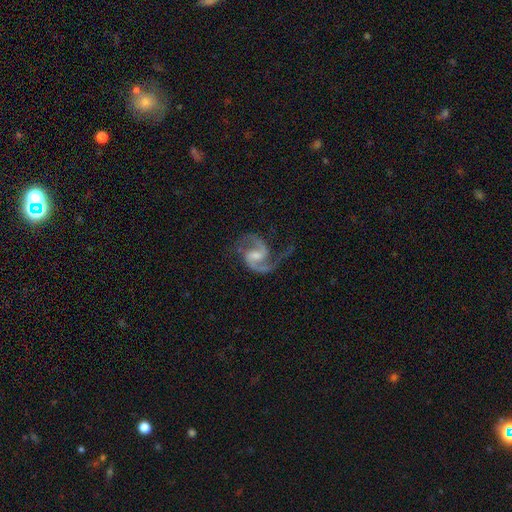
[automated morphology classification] Smooth or featured? Predicted: featured or disk (p=0.93). Edge-on disk? Predicted: no (p=0.98). Bar? Predicted: weak (p=0.54). Spiral arms? Predicted: yes (p=0.98). Spiral winding? Predicted: medium (p=0.60). Spiral arm count? Predicted: 2 (p=0.93). Bulge size? Predicted: moderate (p=0.42). Merging? Predicted: none (p=0.71).